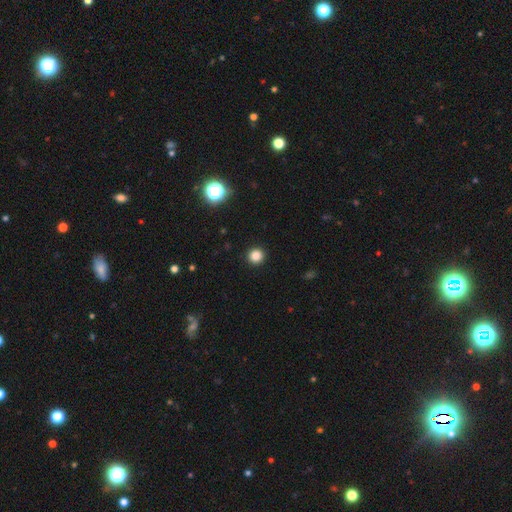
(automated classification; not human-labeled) Morphology: type=smooth (84%); roundness=round (94%); merging=none (93%).